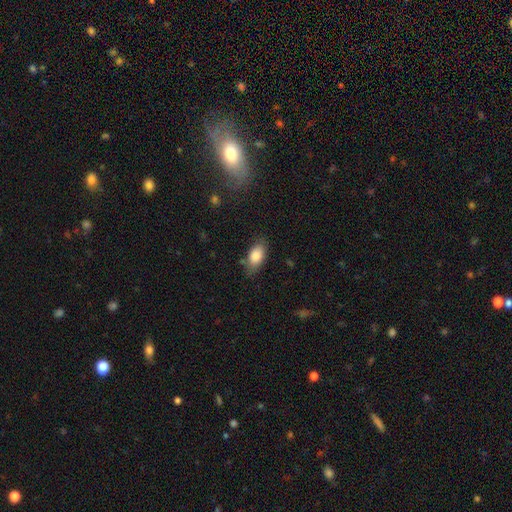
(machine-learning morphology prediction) smooth_or_featured: smooth (p=0.84) [alt: featured or disk p=0.09]
how_rounded: in between (p=0.90) [alt: cigar-shaped p=0.05]
merging: none (p=0.75) [alt: minor disturbance p=0.19]